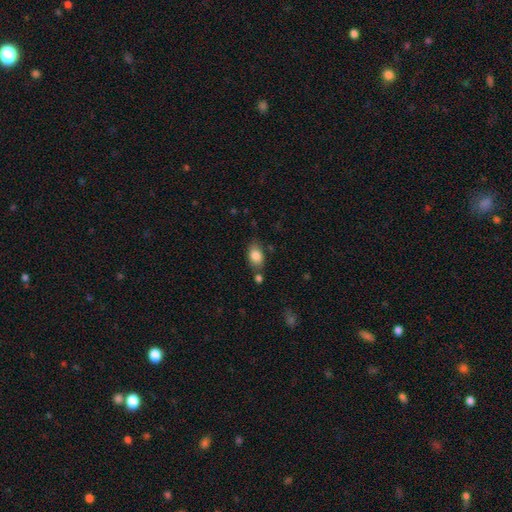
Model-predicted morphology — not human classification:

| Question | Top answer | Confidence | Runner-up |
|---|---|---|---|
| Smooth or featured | smooth | 84% | featured or disk (8%) |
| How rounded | in between | 85% | round (12%) |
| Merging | none | 69% | minor disturbance (17%) |